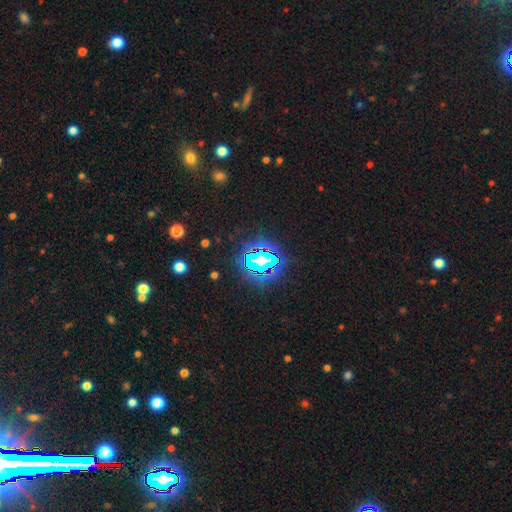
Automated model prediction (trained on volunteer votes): star or artifact 70%, smooth 19%, featured or disk 12%.